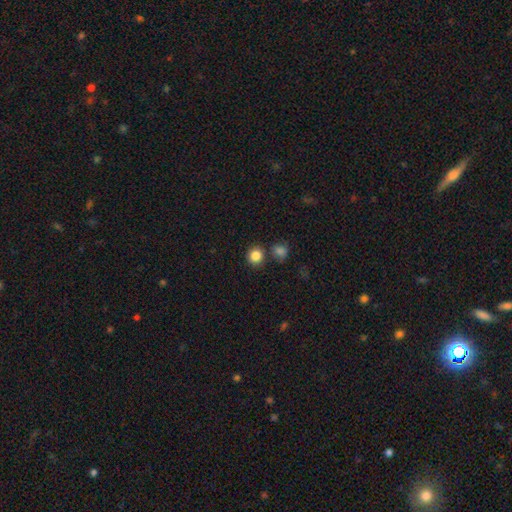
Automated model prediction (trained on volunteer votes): Smooth or featured: smooth — 85% (star or artifact — 11%)
How rounded: round — 90% (in between — 9%)
Merging: none — 78% (merger — 10%)